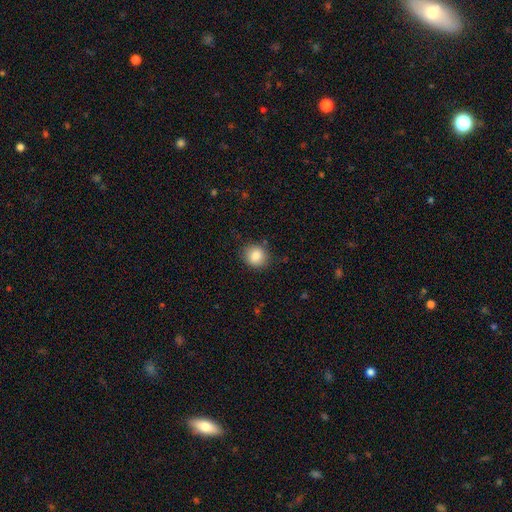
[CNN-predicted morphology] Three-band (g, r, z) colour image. It shows a smooth galaxy with no disk features (85%) that is round (83%). Merging: none (85%).